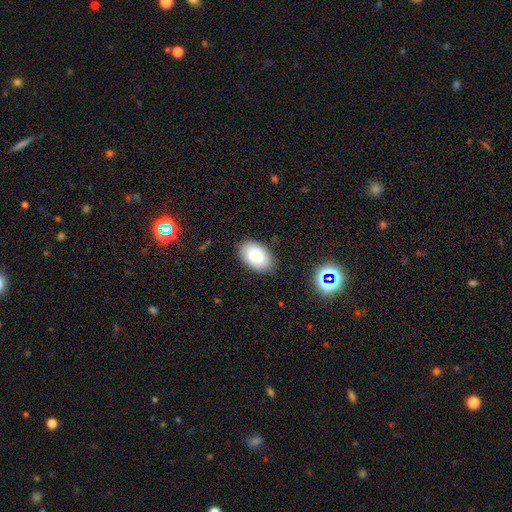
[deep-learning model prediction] Smooth or featured: smooth — 85% (star or artifact — 8%)
How rounded: in between — 93% (round — 5%)
Merging: none — 85% (minor disturbance — 11%)